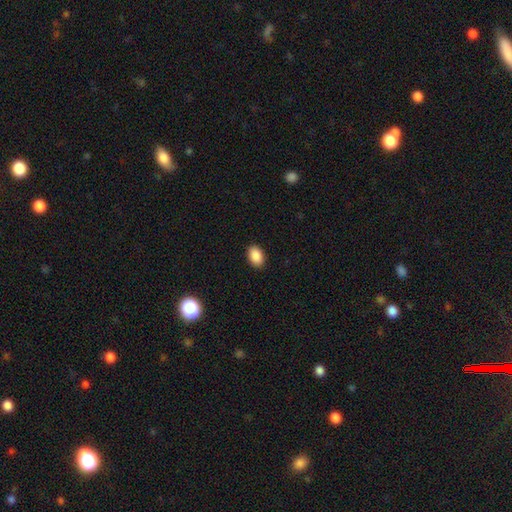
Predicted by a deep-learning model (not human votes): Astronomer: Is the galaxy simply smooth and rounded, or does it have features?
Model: smooth — 88%.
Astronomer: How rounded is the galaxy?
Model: in between — 86%.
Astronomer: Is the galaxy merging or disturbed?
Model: none — 91%.